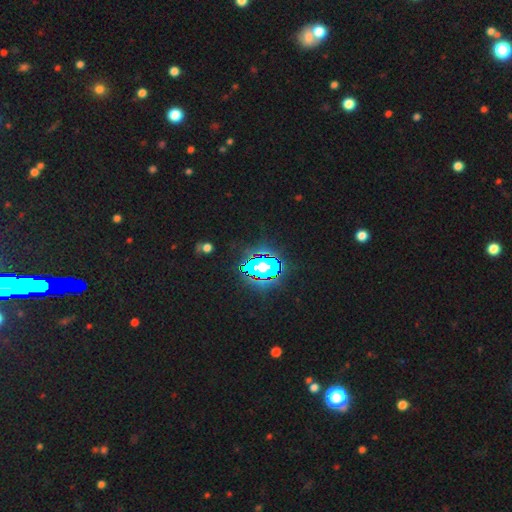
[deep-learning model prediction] smooth_or_featured: star or artifact (p=0.77) [alt: smooth p=0.13]